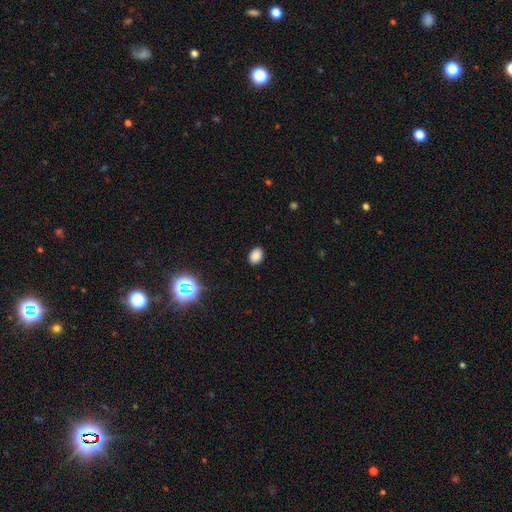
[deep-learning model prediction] The model was most divided on "how rounded": in between: 76%, round: 23%, cigar-shaped: 1%. More confident: merging — none (89%); smooth or featured — smooth (84%).